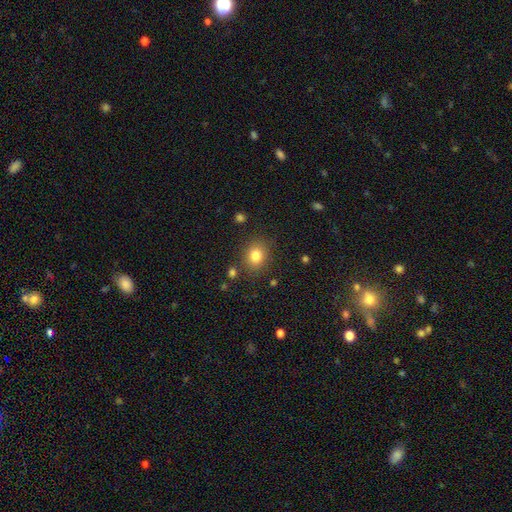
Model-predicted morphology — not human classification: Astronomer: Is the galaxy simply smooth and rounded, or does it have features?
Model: smooth — 81%.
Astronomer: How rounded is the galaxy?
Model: round — 63%.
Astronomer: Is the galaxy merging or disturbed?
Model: none — 83%.